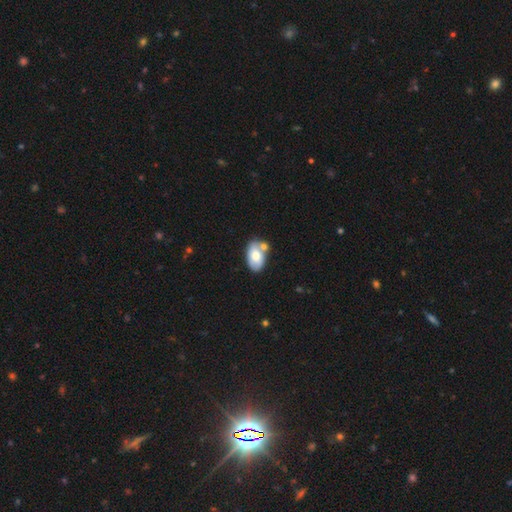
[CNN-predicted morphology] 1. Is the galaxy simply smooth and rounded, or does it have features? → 70% smooth, 24% featured or disk, 6% star or artifact.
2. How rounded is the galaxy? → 93% in between, 6% round, 1% cigar-shaped.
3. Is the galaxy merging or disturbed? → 52% none, 27% merger, 16% minor disturbance, 5% major disturbance.